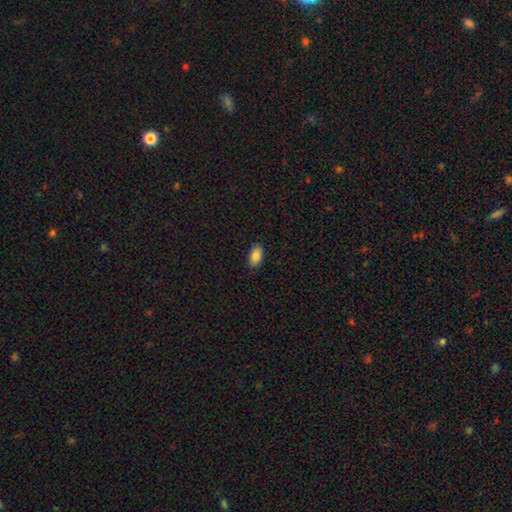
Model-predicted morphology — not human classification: This is clearly a smooth galaxy (87%). How rounded: clearly in between (94%). Merging: clearly none (87%).